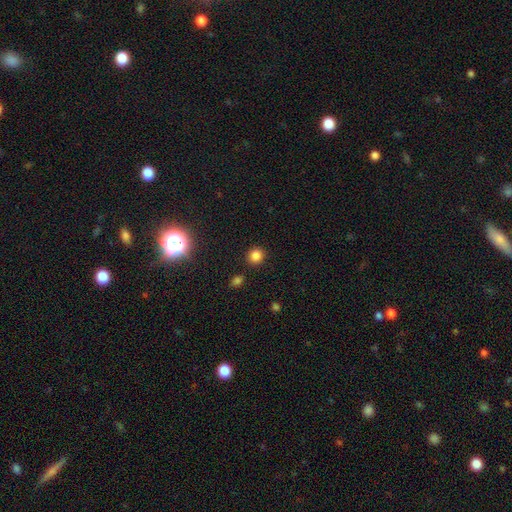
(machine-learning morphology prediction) smooth_or_featured: smooth (p=0.81) [alt: star or artifact p=0.14]
how_rounded: round (p=0.86) [alt: in between p=0.13]
merging: none (p=0.88) [alt: minor disturbance p=0.07]